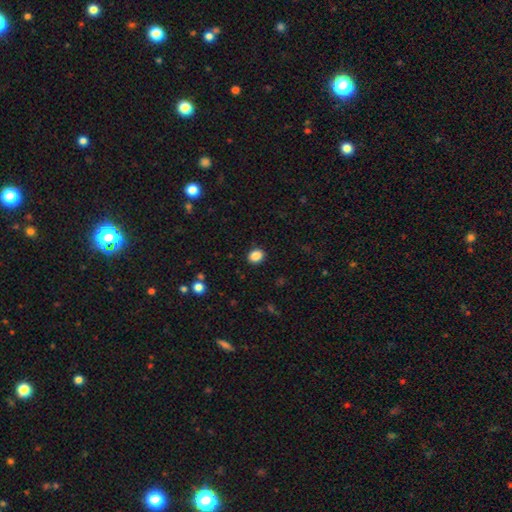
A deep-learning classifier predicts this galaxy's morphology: smooth 87%, star or artifact 10%, featured or disk 3%. Down the decision tree: how rounded — round (55%); merging — none (90%).